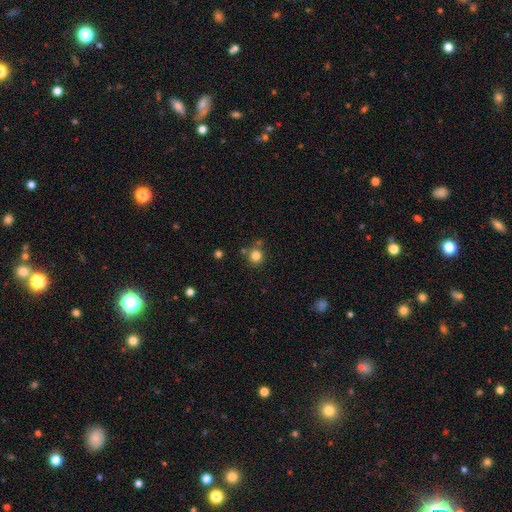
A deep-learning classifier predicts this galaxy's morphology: This appears to be a smooth galaxy with no disk features (81%) that is round (90%). Merging: none (76%).